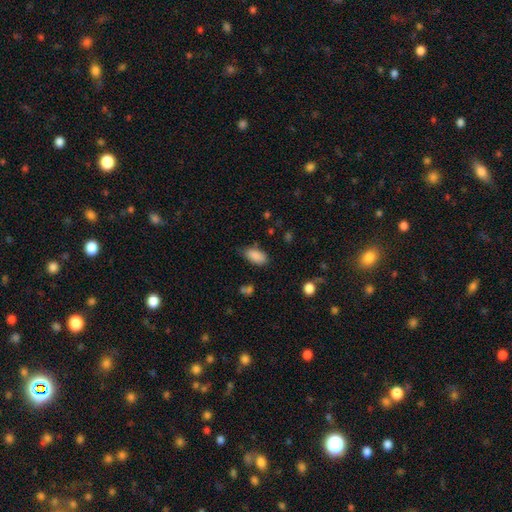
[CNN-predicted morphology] type=smooth (88%); roundness=in between (93%); merging=none (73%).